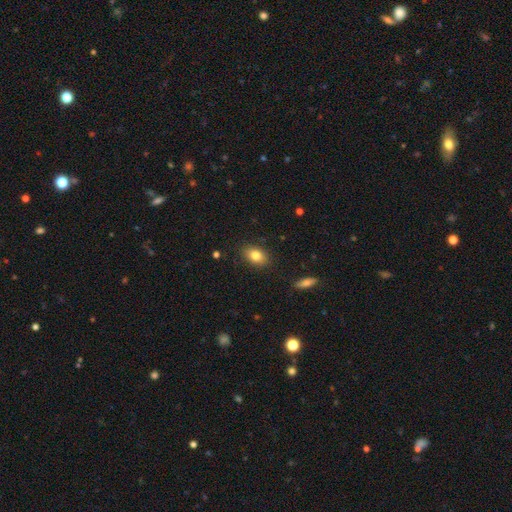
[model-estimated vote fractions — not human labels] smooth 81%, featured or disk 10%, star or artifact 9%. Down the decision tree: how rounded — in between (79%); merging — none (87%).